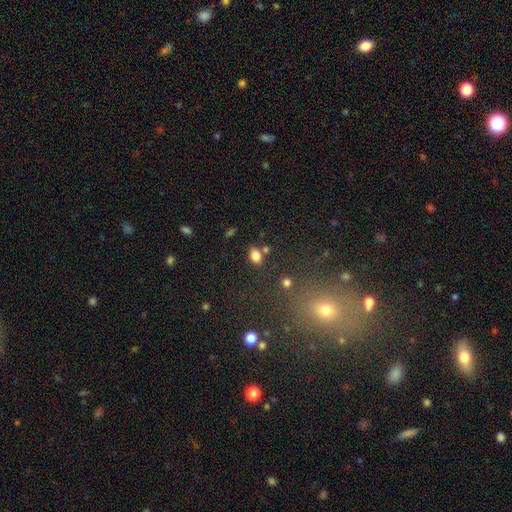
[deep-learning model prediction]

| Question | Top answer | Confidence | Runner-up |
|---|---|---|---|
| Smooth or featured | smooth | 83% | star or artifact (11%) |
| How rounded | in between | 84% | round (14%) |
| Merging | none | 73% | minor disturbance (13%) |